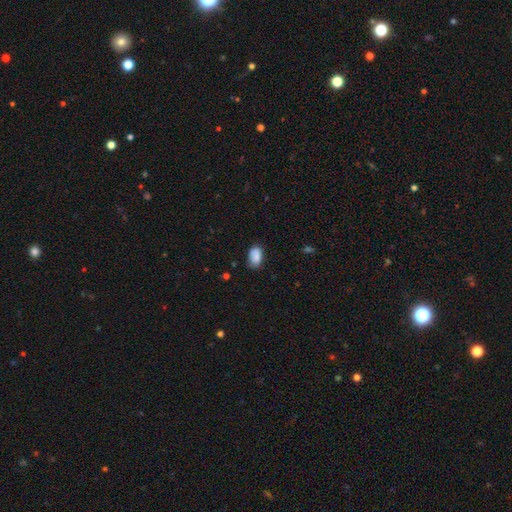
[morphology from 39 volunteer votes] Overall: smooth (87%). How rounded: in between (88%). Merging: none (71%).